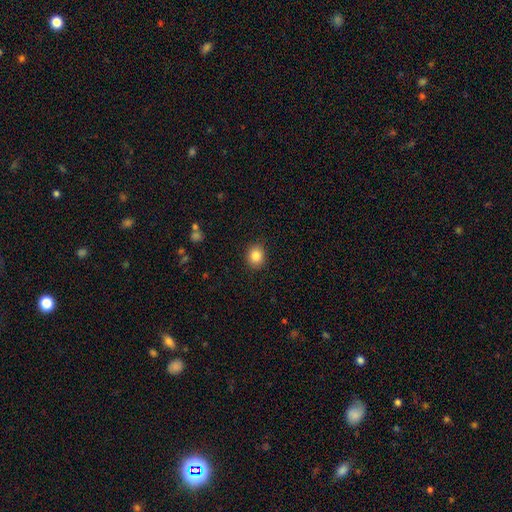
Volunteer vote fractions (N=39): smooth 90%, star or artifact 8%, featured or disk 3%. Down the decision tree: how rounded — round (49%, tied with in between); merging — none (83%).